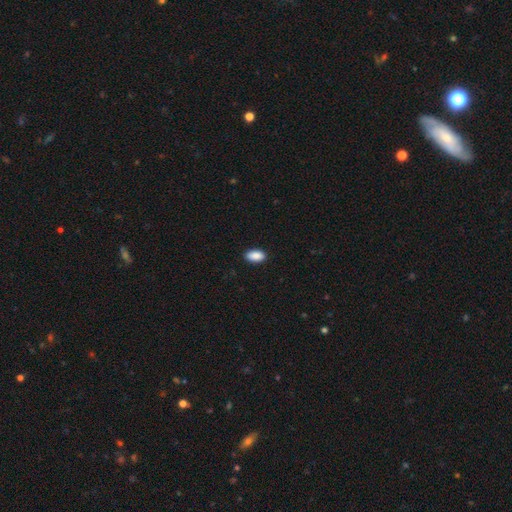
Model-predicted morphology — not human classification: smooth-or-featured: smooth: 89% | star or artifact: 7% | featured or disk: 4%
  how-rounded: in between: 93% | round: 4% | cigar-shaped: 3%
  merging: none: 89% | minor disturbance: 9% | major disturbance: 2% | merger: 1%